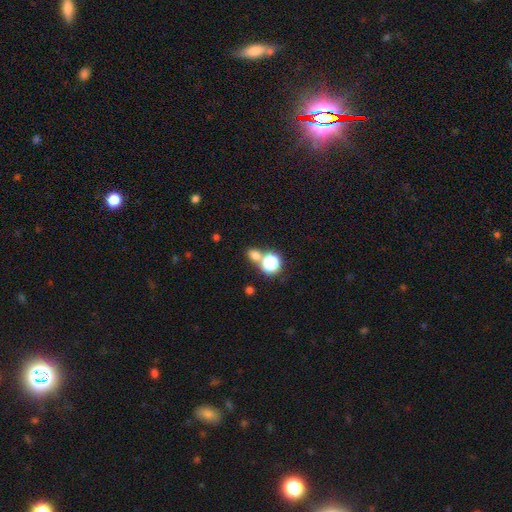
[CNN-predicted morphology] A smooth galaxy with no disk features (68%) that is round (60%).

Vote fractions:
- Smooth or featured? smooth: 68% / star or artifact: 24% / featured or disk: 8%
- How rounded? round: 60% / in between: 38% / cigar-shaped: 2%
- Merging? none: 57% / merger: 30% / minor disturbance: 8% / major disturbance: 4%